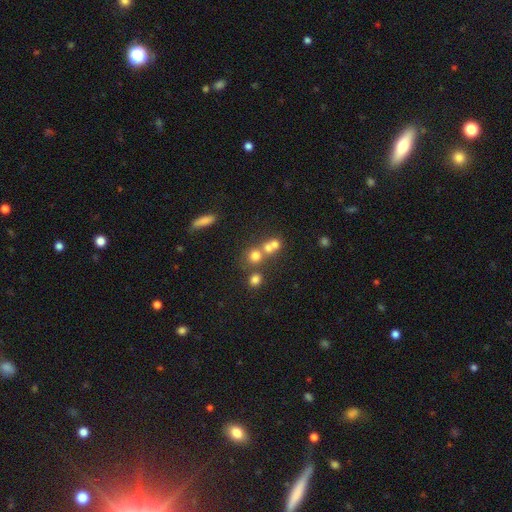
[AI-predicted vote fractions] Morphology: type=smooth (66%); roundness=round (84%); merging=merger (45%).